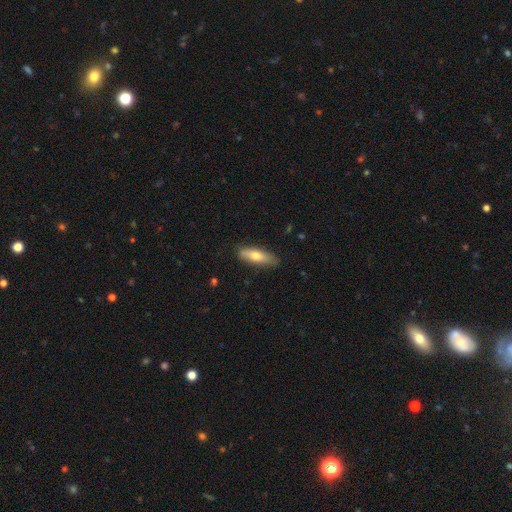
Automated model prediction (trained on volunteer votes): Morphology: type=smooth (68%); roundness=cigar-shaped (52%); merging=none (82%).